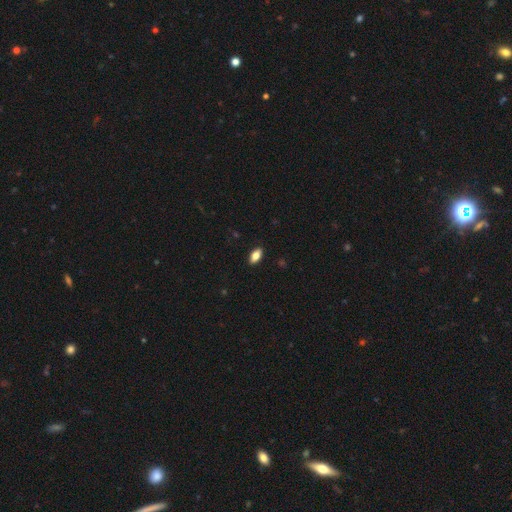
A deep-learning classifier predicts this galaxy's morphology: type=smooth (80%); roundness=in between (91%); merging=none (89%).